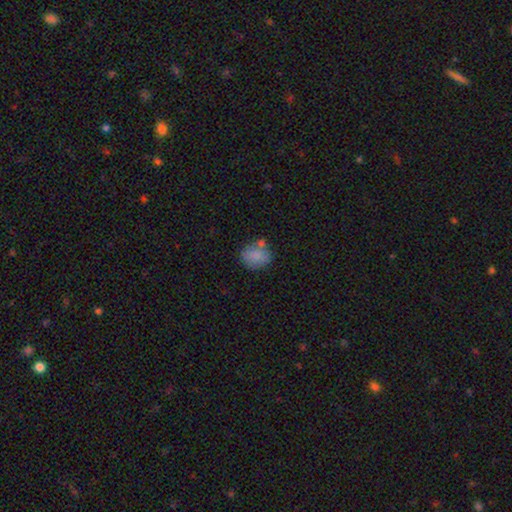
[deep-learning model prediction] Smooth or featured?
  - smooth: 81% *
  - featured or disk: 10%
  - star or artifact: 9%
How rounded?
  - round: 59% *
  - in between: 40%
  - cigar-shaped: 1%
Merging?
  - none: 61% *
  - minor disturbance: 18%
  - merger: 15%
  - major disturbance: 6%